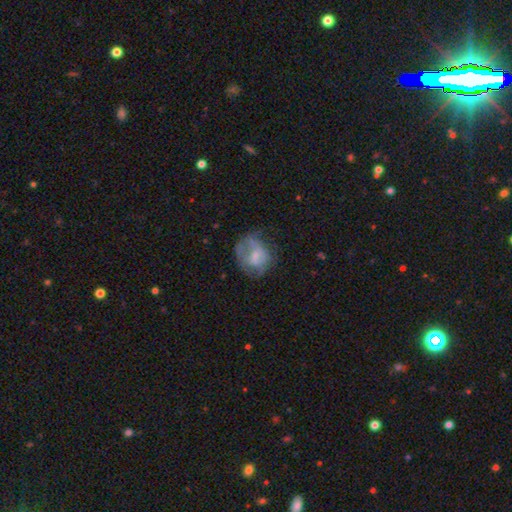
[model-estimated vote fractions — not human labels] This appears to be a smooth galaxy with no disk features (47%). Merging: none (40%).